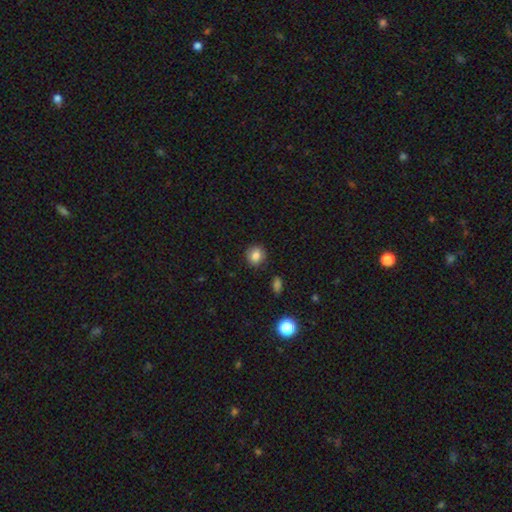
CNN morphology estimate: Q: Smooth or featured?
A: smooth (84%); runner-up: star or artifact (10%)
Q: How rounded?
A: round (83%); runner-up: in between (16%)
Q: Merging?
A: none (88%); runner-up: minor disturbance (8%)